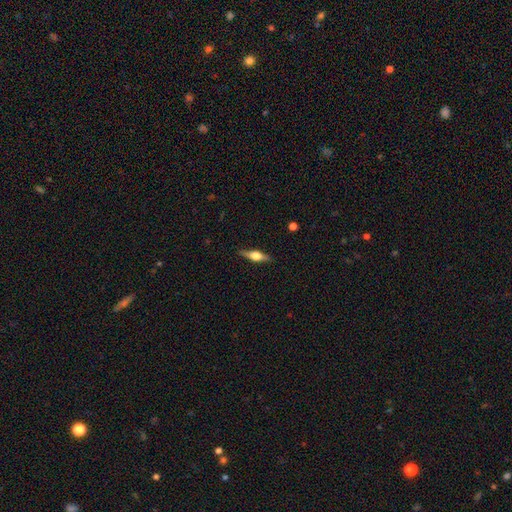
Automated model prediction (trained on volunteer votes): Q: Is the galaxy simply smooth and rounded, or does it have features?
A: featured or disk — 68%.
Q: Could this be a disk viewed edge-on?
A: yes — 96%.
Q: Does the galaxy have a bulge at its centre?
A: rounded — 91%.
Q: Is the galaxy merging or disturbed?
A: none — 88%.